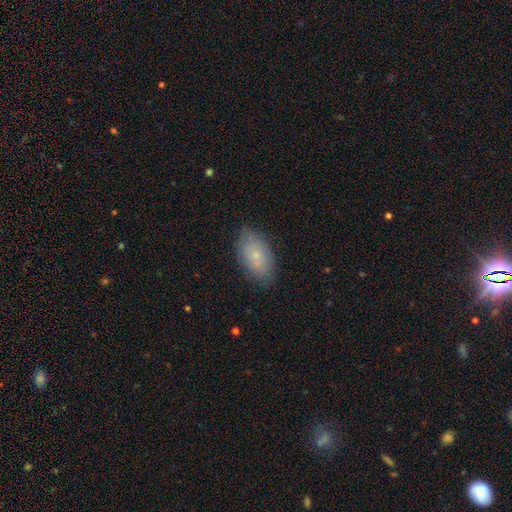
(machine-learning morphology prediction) smooth_or_featured: smooth (p=0.74) [alt: featured or disk p=0.18]
how_rounded: in between (p=0.93) [alt: round p=0.06]
merging: none (p=0.83) [alt: minor disturbance p=0.13]